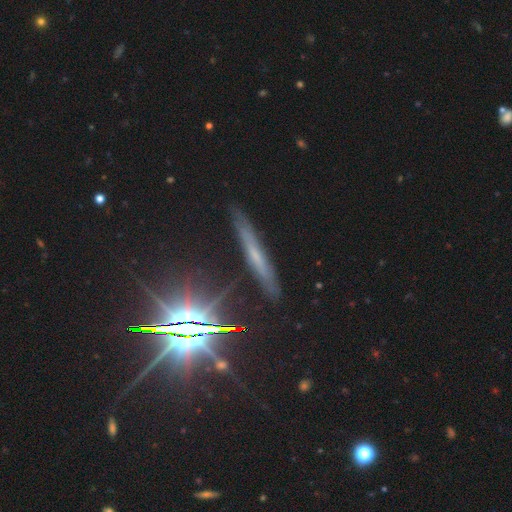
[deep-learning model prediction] The model was most divided on "smooth or featured": featured or disk: 50%, smooth: 27%, star or artifact: 23%. More confident: merging — none (84%).